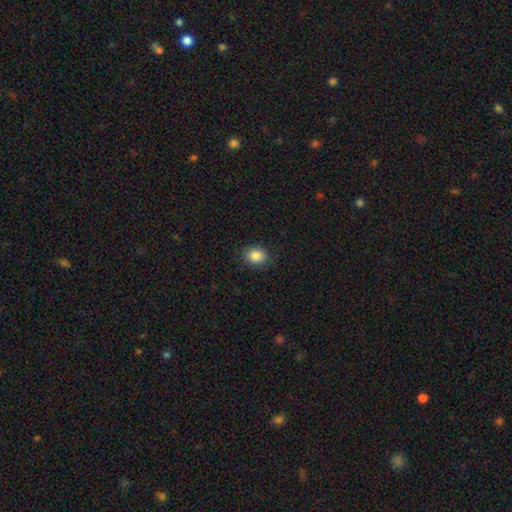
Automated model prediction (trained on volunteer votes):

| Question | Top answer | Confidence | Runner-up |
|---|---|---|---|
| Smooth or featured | smooth | 86% | star or artifact (9%) |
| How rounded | round | 50% | in between (49%) |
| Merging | none | 87% | minor disturbance (9%) |